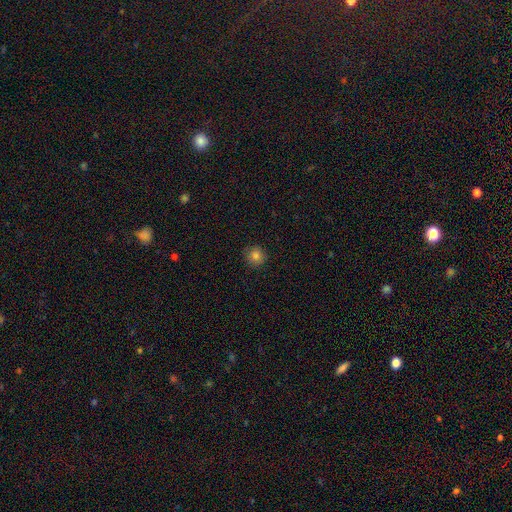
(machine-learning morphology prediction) Q: Smooth or featured?
A: smooth (82%); runner-up: star or artifact (12%)
Q: How rounded?
A: round (93%); runner-up: in between (6%)
Q: Merging?
A: none (89%); runner-up: minor disturbance (8%)